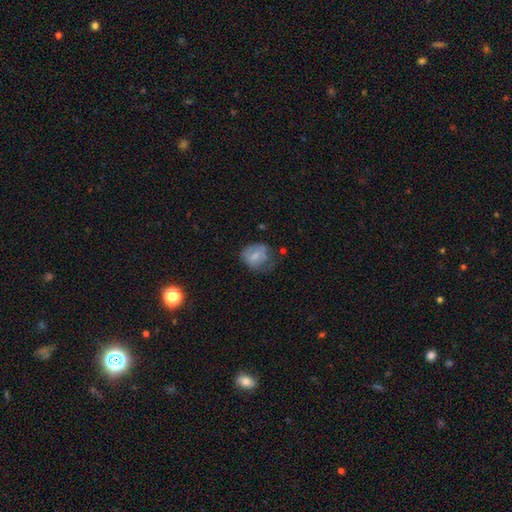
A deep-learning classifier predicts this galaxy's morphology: A smooth galaxy with no disk features (65%) that is round (59%). Merging: none (43%).